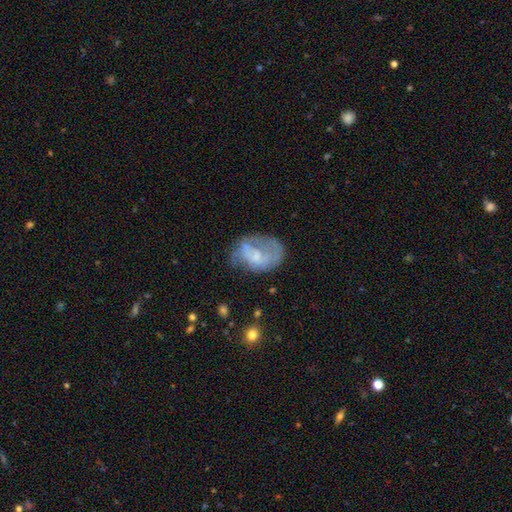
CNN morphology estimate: A featured or disk galaxy (54%) with no bar (65%), no spiral arms (50%, tied with yes) and a small central bulge (45%). Merging: none (36%).